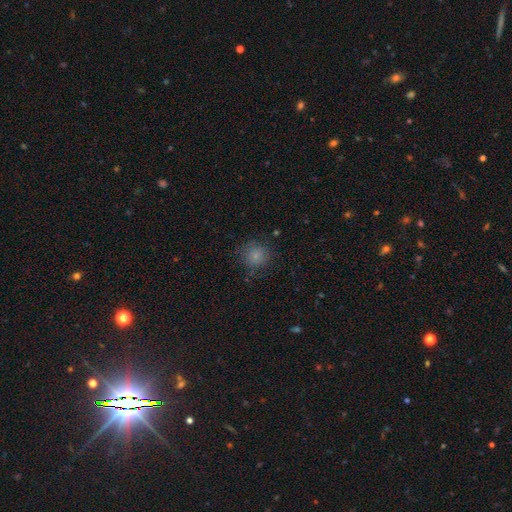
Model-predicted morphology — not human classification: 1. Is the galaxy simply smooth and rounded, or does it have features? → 81% smooth, 12% star or artifact, 7% featured or disk.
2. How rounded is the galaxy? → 90% round, 9% in between, 1% cigar-shaped.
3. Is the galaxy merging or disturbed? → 80% none, 14% minor disturbance, 5% major disturbance, 1% merger.